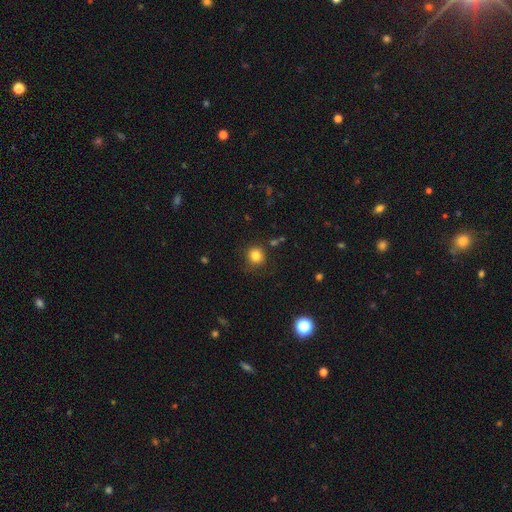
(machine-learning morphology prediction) smooth_or_featured: smooth (p=0.82) [alt: star or artifact p=0.12]
how_rounded: round (p=0.92) [alt: in between p=0.07]
merging: none (p=0.85) [alt: minor disturbance p=0.10]